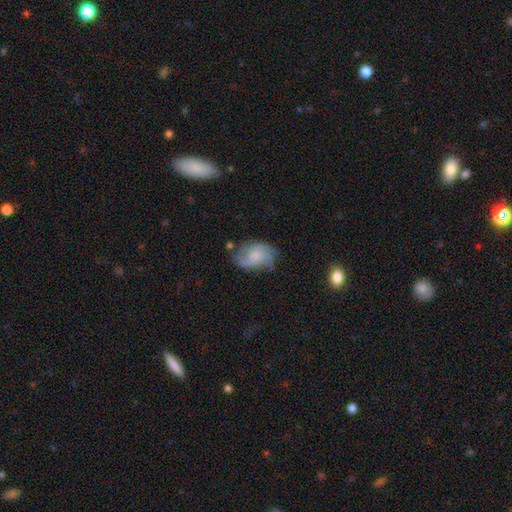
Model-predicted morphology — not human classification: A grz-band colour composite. It shows a featured or disk galaxy (53%) with no bar (72%), spiral arms (84%) and a small central bulge (39%). Merging: none (50%).